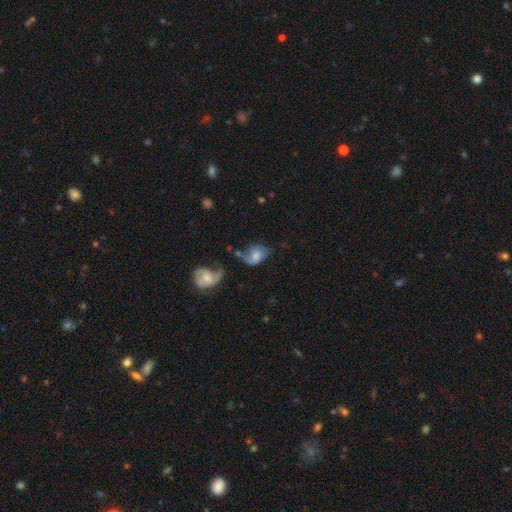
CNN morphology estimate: This is possibly a smooth galaxy (46%). Merging: marginally none (31%).